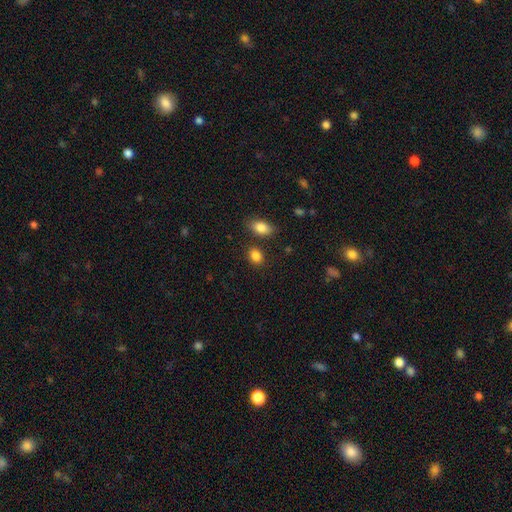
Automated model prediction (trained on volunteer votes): The model was most divided on "how rounded": in between: 59%, round: 39%, cigar-shaped: 2%. More confident: smooth or featured — smooth (86%); merging — none (80%).